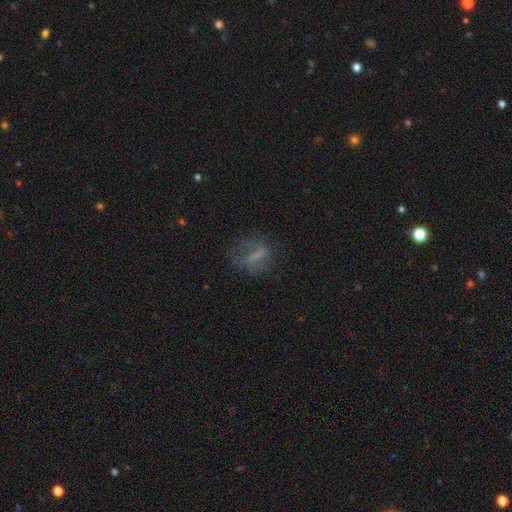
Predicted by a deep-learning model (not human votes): This appears to be a smooth galaxy with no disk features (43%, tied with featured or disk). Merging: none (63%).